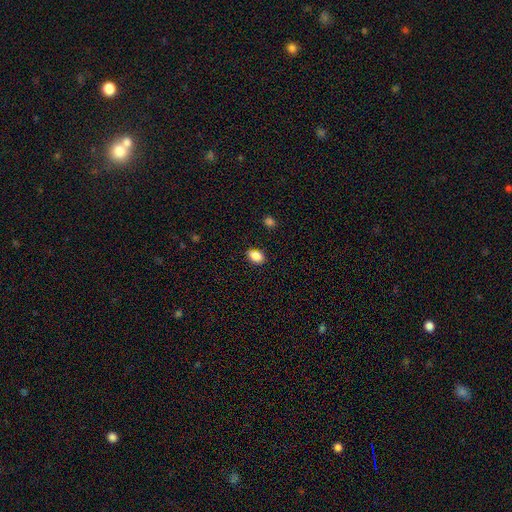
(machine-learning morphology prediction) The model was most divided on "merging": none: 79%, minor disturbance: 16%, major disturbance: 3%, merger: 2%. More confident: smooth or featured — smooth (87%); how rounded — in between (82%).